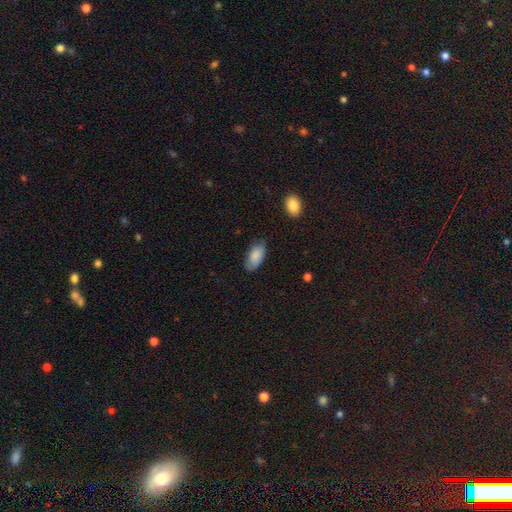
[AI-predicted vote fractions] smooth_or_featured: smooth (p=0.87) [alt: featured or disk p=0.07]
how_rounded: in between (p=0.93) [alt: cigar-shaped p=0.05]
merging: none (p=0.76) [alt: minor disturbance p=0.19]